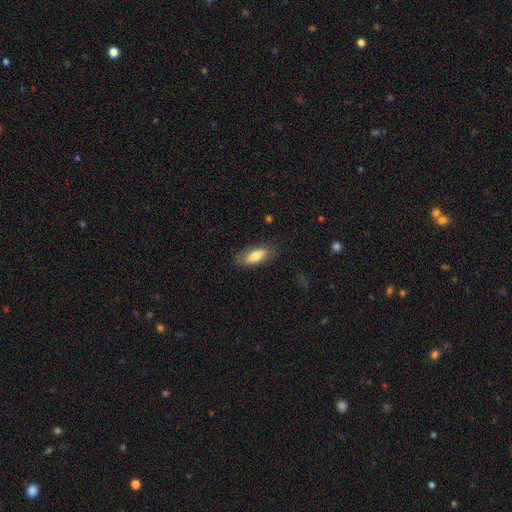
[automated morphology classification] type=smooth (74%); roundness=in between (78%); merging=none (77%).